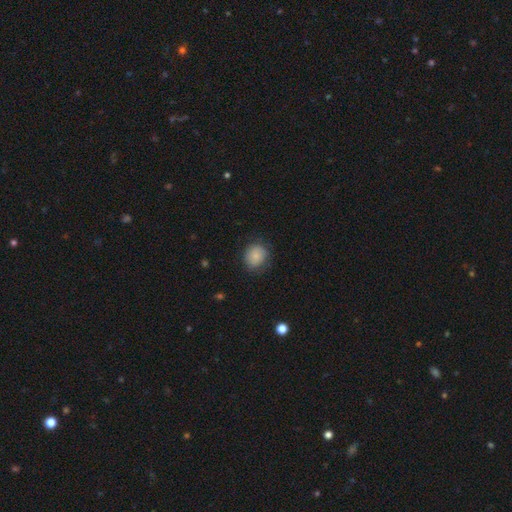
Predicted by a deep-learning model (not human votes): Smooth or featured?
  - smooth: 82% *
  - featured or disk: 9%
  - star or artifact: 8%
How rounded?
  - round: 76% *
  - in between: 23%
  - cigar-shaped: 1%
Merging?
  - none: 78% *
  - minor disturbance: 16%
  - major disturbance: 5%
  - merger: 1%